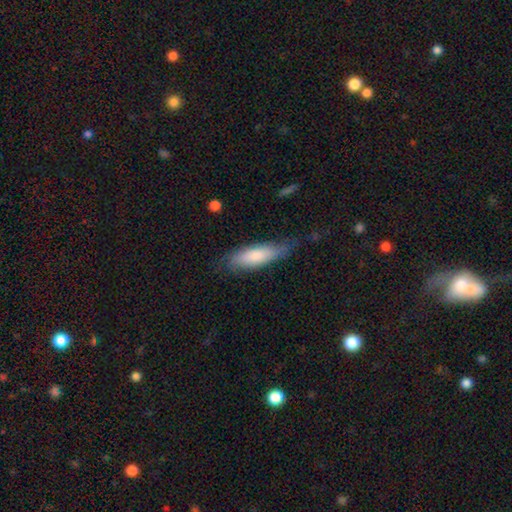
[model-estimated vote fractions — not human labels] Smooth or featured? Predicted: smooth (p=0.75). How rounded? Predicted: in between (p=0.52). Merging? Predicted: none (p=0.61).